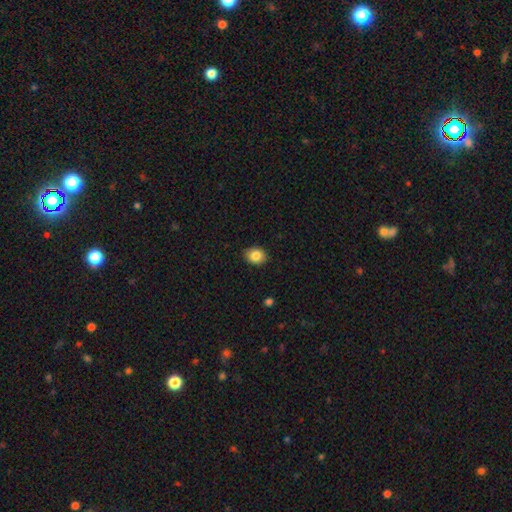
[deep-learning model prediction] The model was most divided on "how rounded": in between: 51%, round: 48%, cigar-shaped: 1%. More confident: merging — none (89%); smooth or featured — smooth (85%).